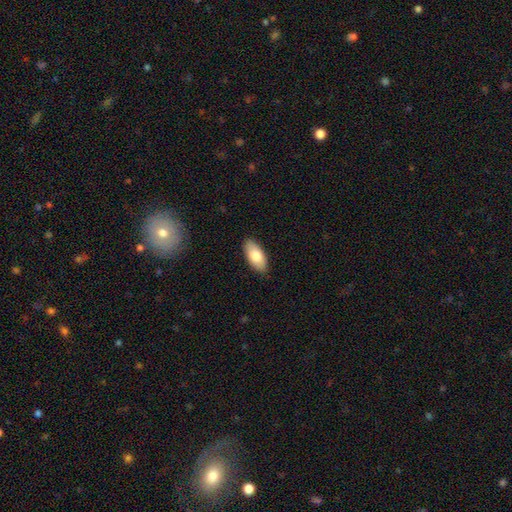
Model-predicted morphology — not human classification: smooth 81%, featured or disk 13%, star or artifact 6%. Down the decision tree: how rounded — in between (90%); merging — none (88%).